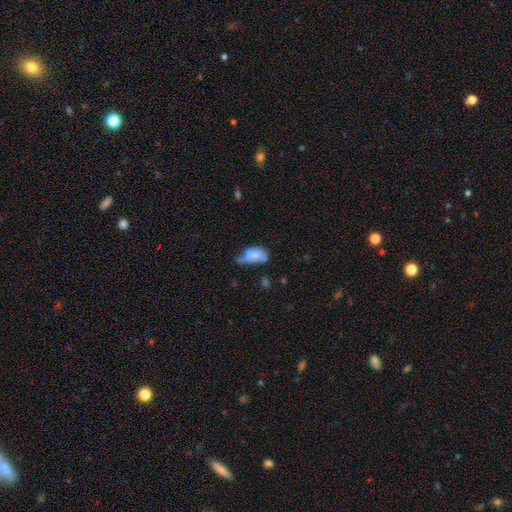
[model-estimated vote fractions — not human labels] A smooth galaxy with no disk features (66%) that is in between round and cigar-shaped (90%). Merging: minor disturbance (32%).